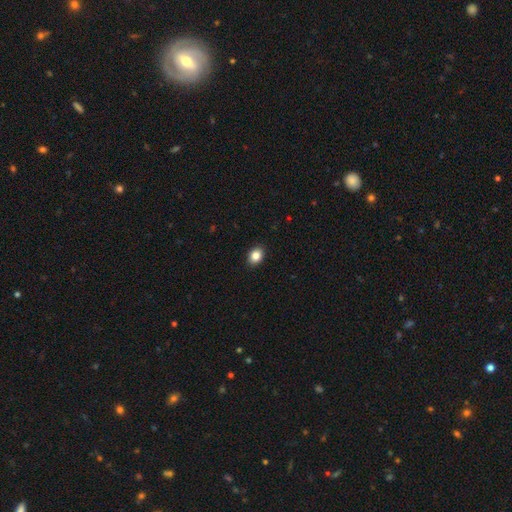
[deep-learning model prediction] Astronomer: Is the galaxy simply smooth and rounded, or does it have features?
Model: smooth — 85%.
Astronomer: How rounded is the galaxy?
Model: in between — 63%.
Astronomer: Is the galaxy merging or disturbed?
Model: none — 90%.